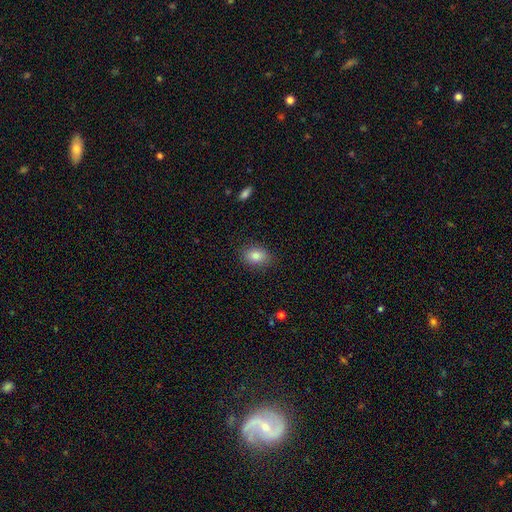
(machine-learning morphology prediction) This is clearly a smooth galaxy (83%). How rounded: likely in between (74%). Merging: clearly none (86%).